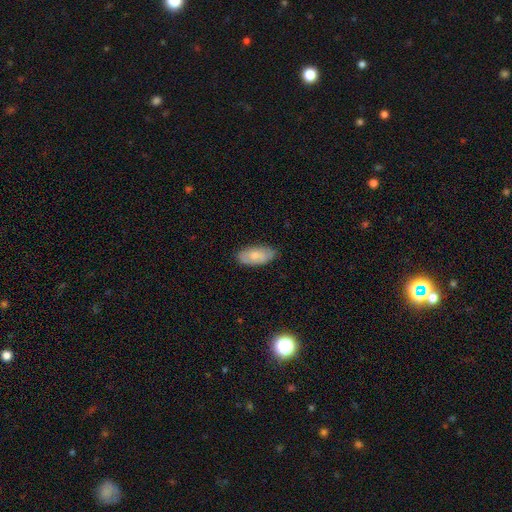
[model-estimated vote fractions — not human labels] smooth 69%, featured or disk 25%, star or artifact 6%. Down the decision tree: how rounded — in between (92%); merging — none (80%).